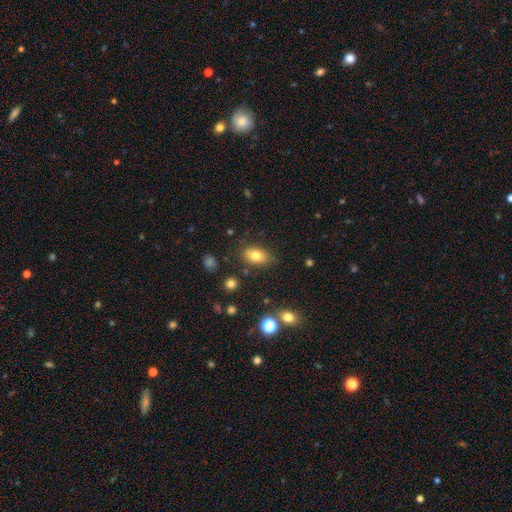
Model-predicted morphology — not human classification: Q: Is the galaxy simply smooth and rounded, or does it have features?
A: smooth — 78%.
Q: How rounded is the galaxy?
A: in between — 88%.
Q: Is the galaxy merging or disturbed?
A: none — 78%.